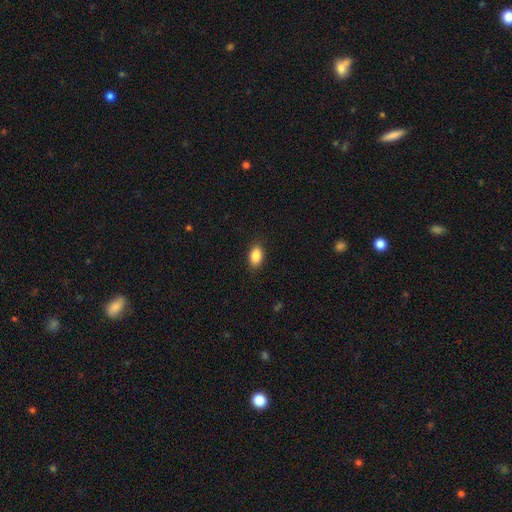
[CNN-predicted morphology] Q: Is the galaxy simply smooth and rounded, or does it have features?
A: smooth — 88%.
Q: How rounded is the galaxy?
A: in between — 89%.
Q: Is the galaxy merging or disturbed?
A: none — 88%.